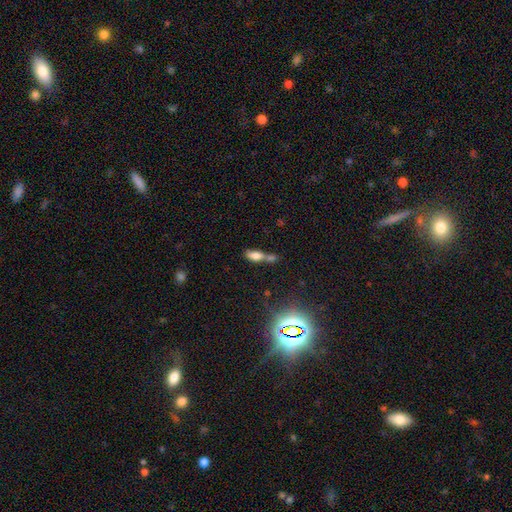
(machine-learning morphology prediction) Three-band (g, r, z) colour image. It shows a smooth galaxy with no disk features (68%) that is in between round and cigar-shaped (71%). Merging: merger (52%).